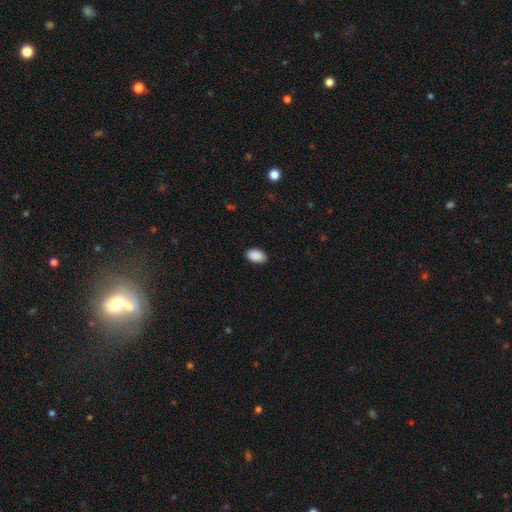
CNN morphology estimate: smooth_or_featured: smooth (p=0.91) [alt: star or artifact p=0.07]
how_rounded: in between (p=0.92) [alt: round p=0.07]
merging: none (p=0.88) [alt: minor disturbance p=0.09]